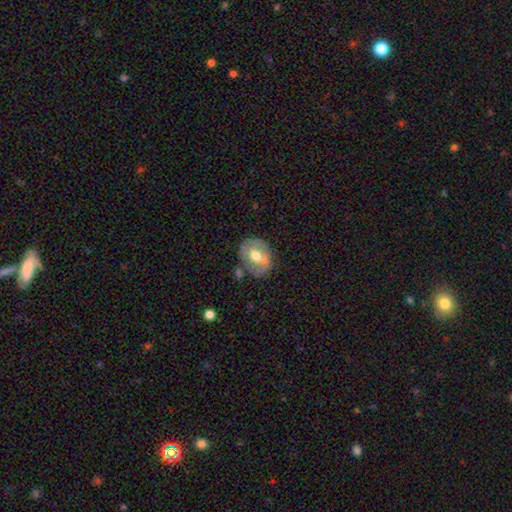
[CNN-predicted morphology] A smooth galaxy with no disk features (47%). Merging: none (65%).